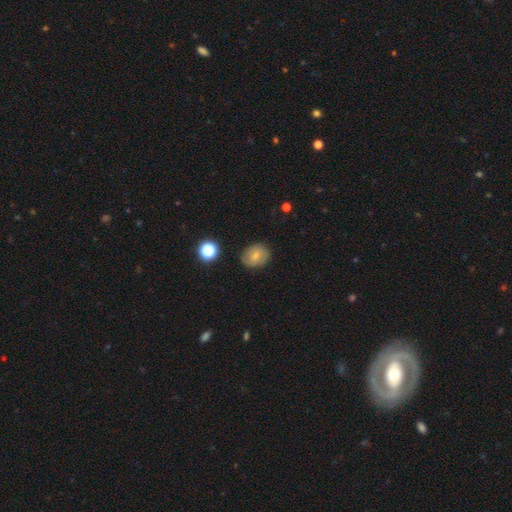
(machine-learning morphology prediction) type=smooth (56%); roundness=round (62%); merging=none (81%).